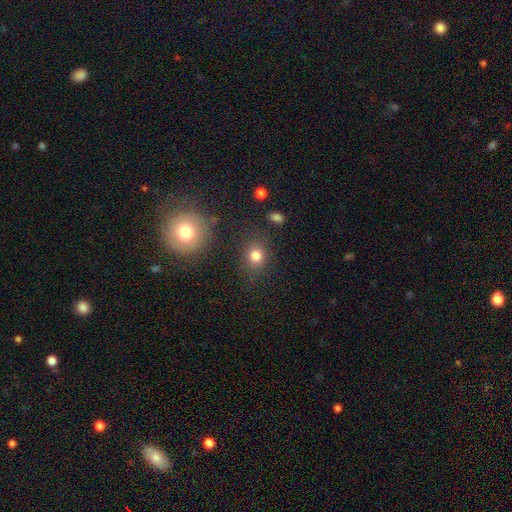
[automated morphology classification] A smooth galaxy with no disk features (80%) that is round (69%).

Vote fractions:
- Smooth or featured? smooth: 80% / star or artifact: 13% / featured or disk: 7%
- How rounded? round: 69% / in between: 30% / cigar-shaped: 1%
- Merging? none: 81% / minor disturbance: 11% / major disturbance: 4% / merger: 4%